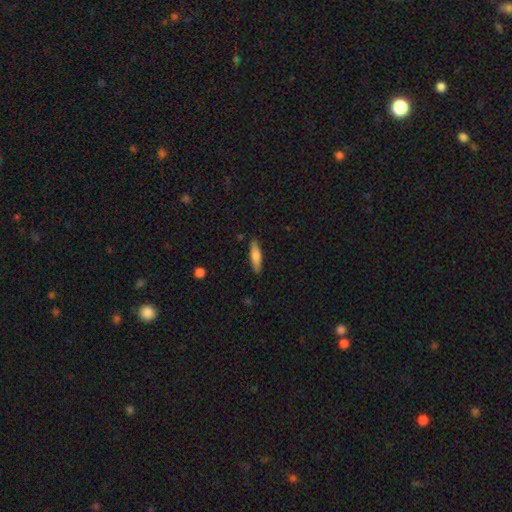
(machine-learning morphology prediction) A smooth galaxy with no disk features (74%) that is cigar-shaped (71%).

Vote fractions:
- Smooth or featured? smooth: 74% / featured or disk: 21% / star or artifact: 6%
- How rounded? cigar-shaped: 71% / in between: 27% / round: 2%
- Merging? none: 88% / minor disturbance: 9% / major disturbance: 2% / merger: 1%